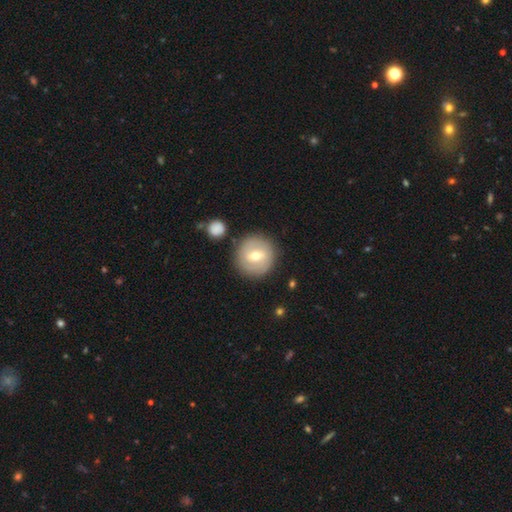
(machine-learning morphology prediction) type=smooth (52%); roundness=round (93%); merging=none (84%).